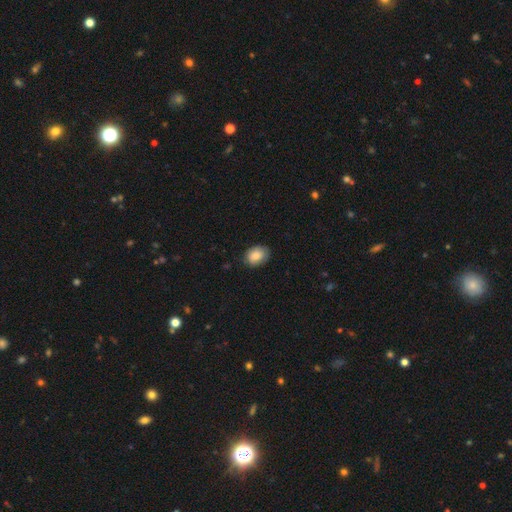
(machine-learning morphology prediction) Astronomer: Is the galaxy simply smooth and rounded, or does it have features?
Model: smooth — 85%.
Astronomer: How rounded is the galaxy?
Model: in between — 69%.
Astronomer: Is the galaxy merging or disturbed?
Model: none — 78%.